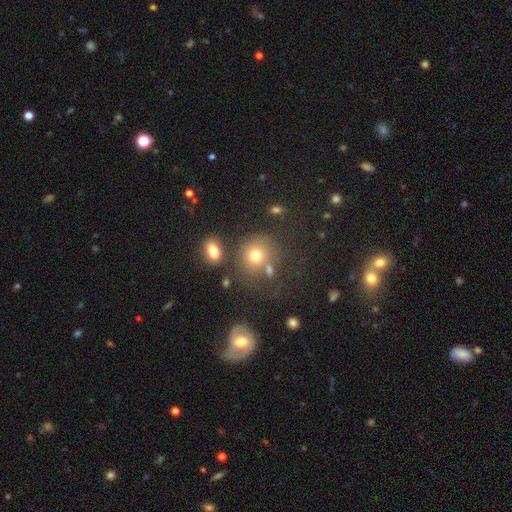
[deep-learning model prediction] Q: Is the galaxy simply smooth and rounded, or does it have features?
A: smooth — 73%.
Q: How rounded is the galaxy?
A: round — 80%.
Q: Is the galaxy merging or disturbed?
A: none — 65%.